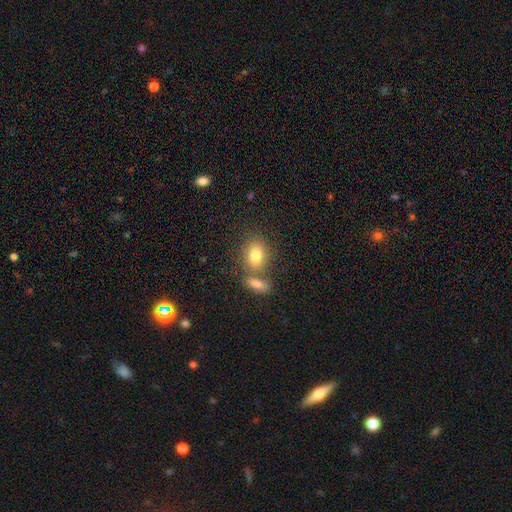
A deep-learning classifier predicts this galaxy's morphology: Q: Smooth or featured?
A: smooth (80%); runner-up: featured or disk (11%)
Q: How rounded?
A: in between (70%); runner-up: round (28%)
Q: Merging?
A: none (53%); runner-up: merger (32%)